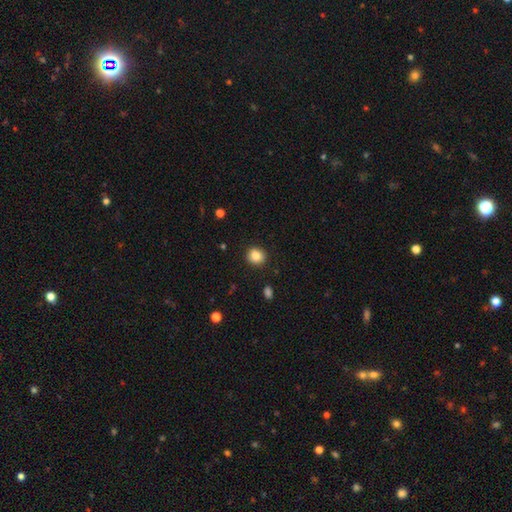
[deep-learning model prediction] Smooth or featured?
  - smooth: 86% *
  - star or artifact: 9%
  - featured or disk: 5%
How rounded?
  - round: 82% *
  - in between: 17%
  - cigar-shaped: 1%
Merging?
  - none: 90% *
  - minor disturbance: 6%
  - major disturbance: 2%
  - merger: 1%